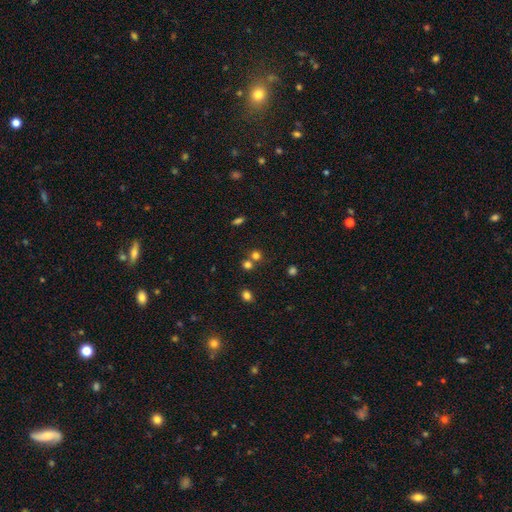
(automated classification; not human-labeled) A smooth galaxy with no disk features (72%) that is round (85%). Merging: none (59%).